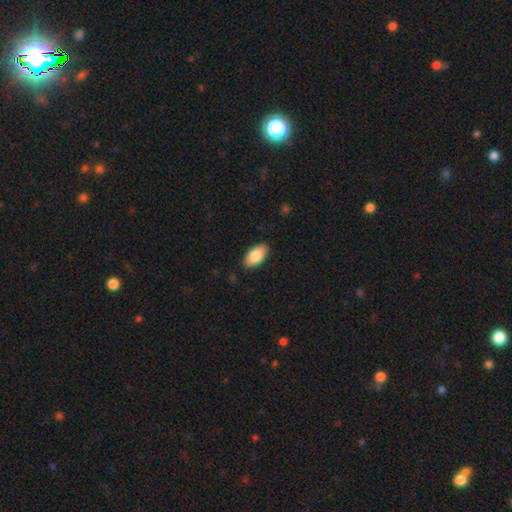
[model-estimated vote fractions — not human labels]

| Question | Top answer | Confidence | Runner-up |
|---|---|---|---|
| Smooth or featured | smooth | 83% | featured or disk (11%) |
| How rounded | in between | 94% | cigar-shaped (3%) |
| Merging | none | 87% | minor disturbance (10%) |